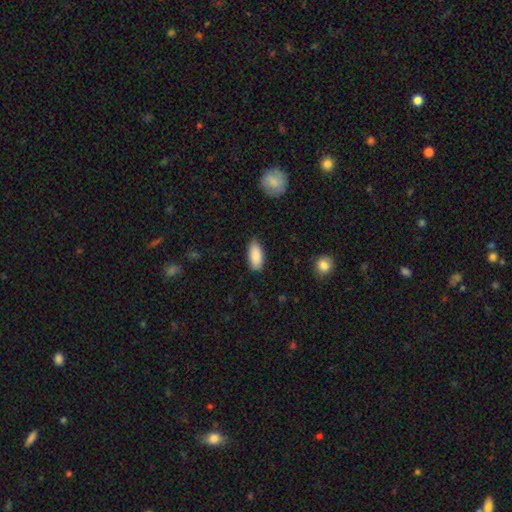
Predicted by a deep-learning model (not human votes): This appears to be a smooth galaxy with no disk features (88%) that is in between round and cigar-shaped (91%). Merging: none (80%).